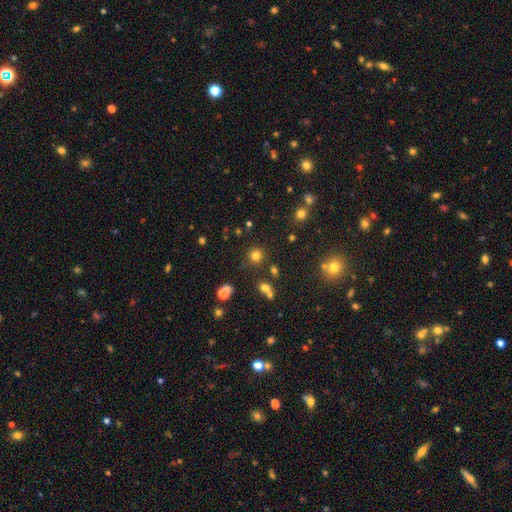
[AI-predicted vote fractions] smooth_or_featured: smooth (p=0.75) [alt: star or artifact p=0.19]
how_rounded: round (p=0.92) [alt: in between p=0.07]
merging: none (p=0.84) [alt: minor disturbance p=0.08]